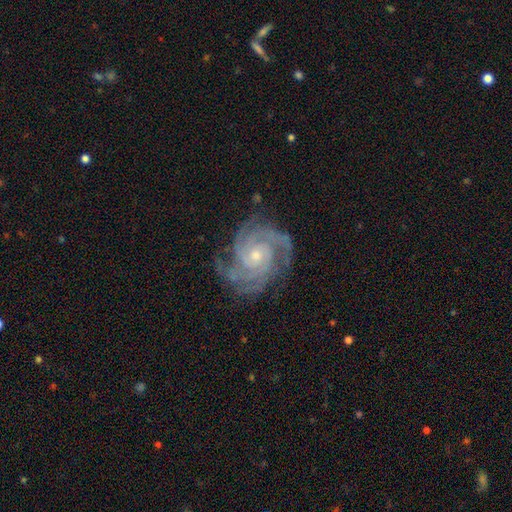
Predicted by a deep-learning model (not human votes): Q: Smooth or featured?
A: featured or disk (92%); runner-up: star or artifact (5%)
Q: Edge-on disk?
A: no (98%); runner-up: yes (2%)
Q: Bar?
A: no (70%); runner-up: weak (23%)
Q: Spiral arms?
A: yes (99%); runner-up: no (1%)
Q: Spiral winding?
A: tight (74%); runner-up: medium (24%)
Q: Spiral arm count?
A: 4 (32%); tied with: 3 (32%)
Q: Bulge size?
A: small (63%); runner-up: moderate (33%)
Q: Merging?
A: none (78%); runner-up: minor disturbance (16%)